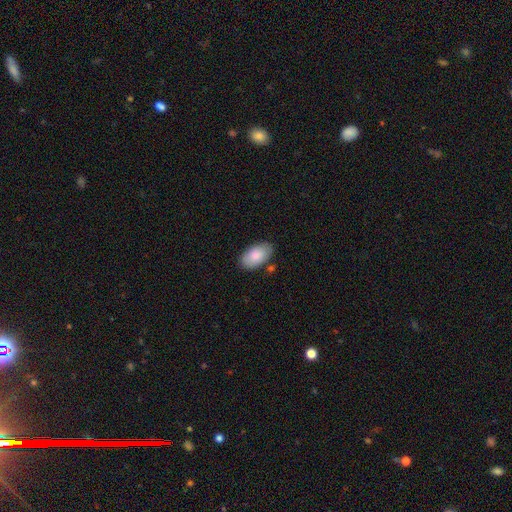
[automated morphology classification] Q: Smooth or featured?
A: smooth (83%); runner-up: featured or disk (11%)
Q: How rounded?
A: in between (95%); runner-up: round (4%)
Q: Merging?
A: none (81%); runner-up: minor disturbance (13%)